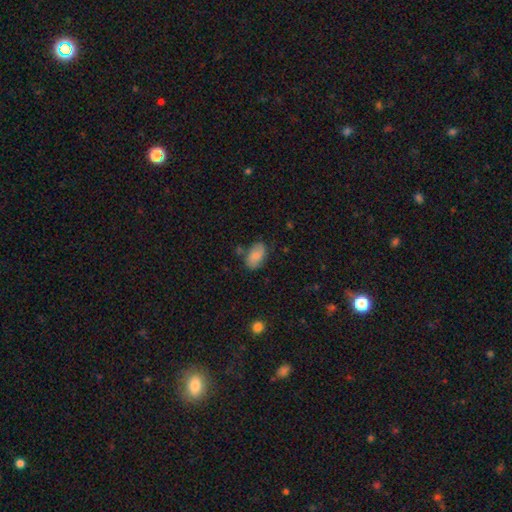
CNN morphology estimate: Smooth or featured?
  - smooth: 76% *
  - featured or disk: 16%
  - star or artifact: 8%
How rounded?
  - in between: 92% *
  - round: 7%
  - cigar-shaped: 2%
Merging?
  - none: 68% *
  - minor disturbance: 21%
  - major disturbance: 5%
  - merger: 5%